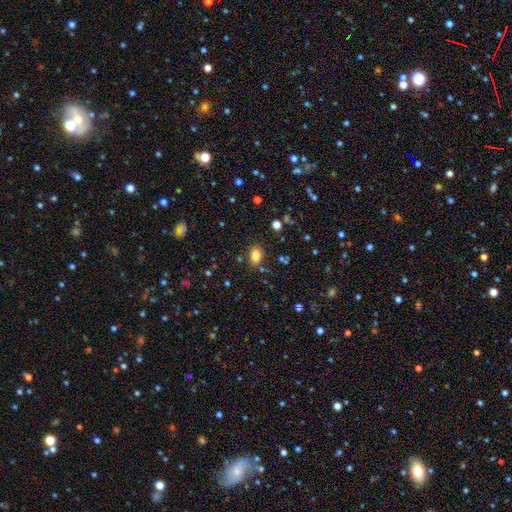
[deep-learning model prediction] A smooth galaxy with no disk features (80%) that is in between round and cigar-shaped (76%). Merging: none (83%).